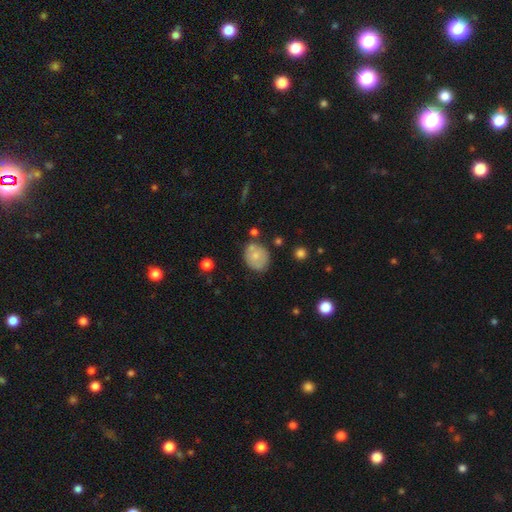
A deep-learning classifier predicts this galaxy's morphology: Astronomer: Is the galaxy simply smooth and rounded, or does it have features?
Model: smooth — 71%.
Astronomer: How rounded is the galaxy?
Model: round — 56% (runner-up: in between, 43%).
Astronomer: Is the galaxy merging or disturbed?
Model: none — 65%.